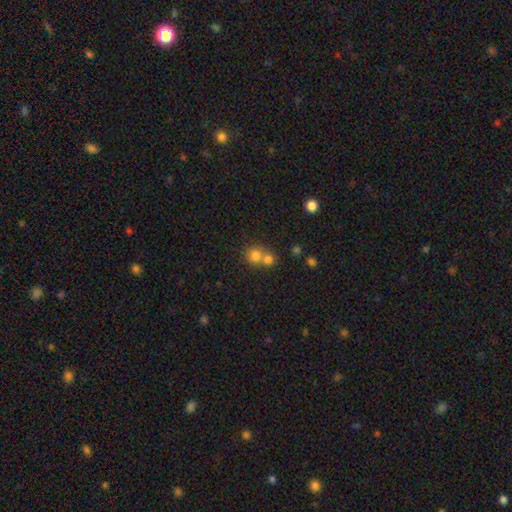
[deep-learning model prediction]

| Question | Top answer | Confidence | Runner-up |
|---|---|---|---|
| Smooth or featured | smooth | 77% | star or artifact (13%) |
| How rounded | round | 80% | in between (19%) |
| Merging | merger | 56% | none (36%) |